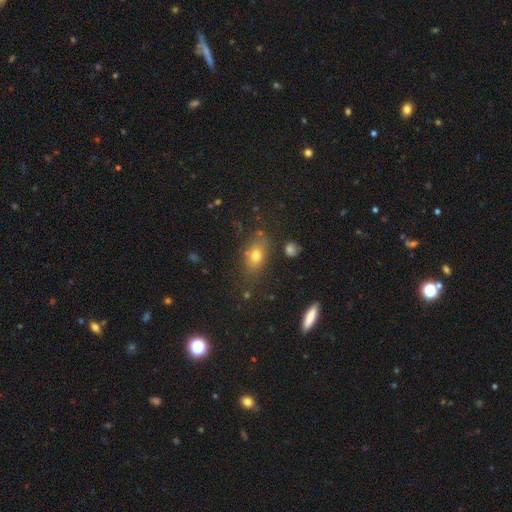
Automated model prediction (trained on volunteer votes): Overall: smooth (71%). How rounded: in between (74%). Merging: none (73%).